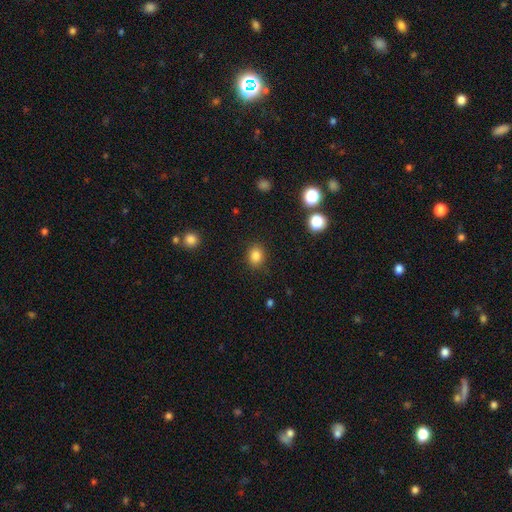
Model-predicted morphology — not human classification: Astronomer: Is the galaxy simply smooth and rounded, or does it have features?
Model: smooth — 84%.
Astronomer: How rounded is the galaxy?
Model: round — 55% (runner-up: in between, 44%).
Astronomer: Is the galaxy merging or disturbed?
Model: none — 88%.